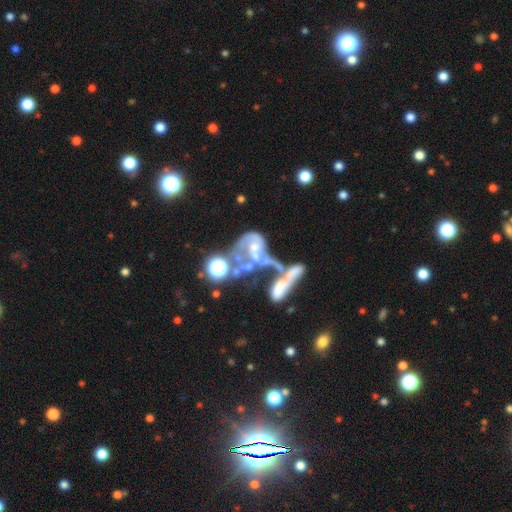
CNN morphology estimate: smooth-or-featured: featured or disk: 63% | smooth: 21% | star or artifact: 17%
  disk-edge-on: no: 97% | yes: 3%
    bar: no: 83% | weak: 12% | strong: 6%
    has-spiral-arms: no: 73% | yes: 27%
    bulge-size: none: 44% | moderate: 29% | small: 19% | large: 6% | dominant: 2%
  merging: merger: 62% | major disturbance: 22% | none: 10% | minor disturbance: 6%